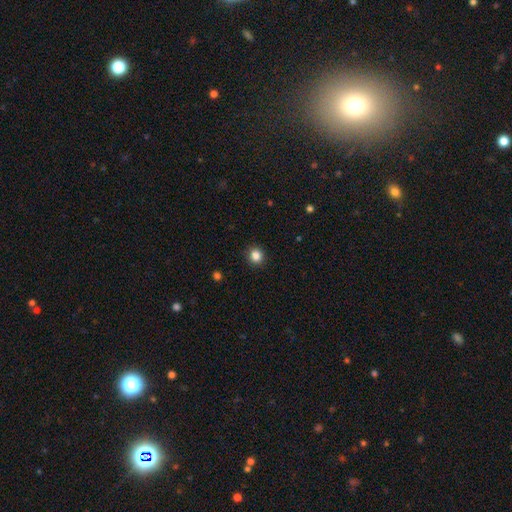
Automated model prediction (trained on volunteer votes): Morphology: type=smooth (86%); roundness=round (85%); merging=none (91%).